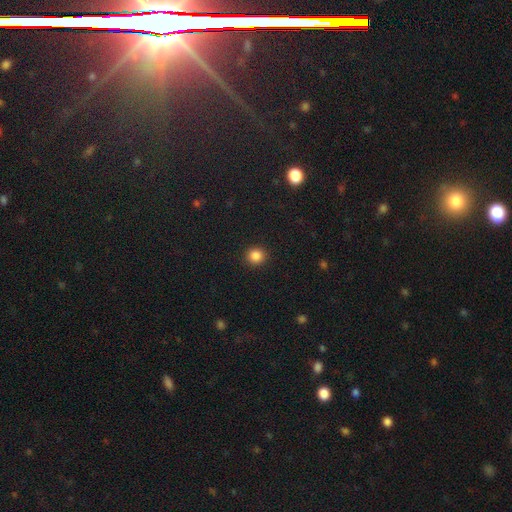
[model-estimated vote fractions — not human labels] smooth 86%, star or artifact 11%, featured or disk 4%. Down the decision tree: how rounded — round (91%); merging — none (92%).